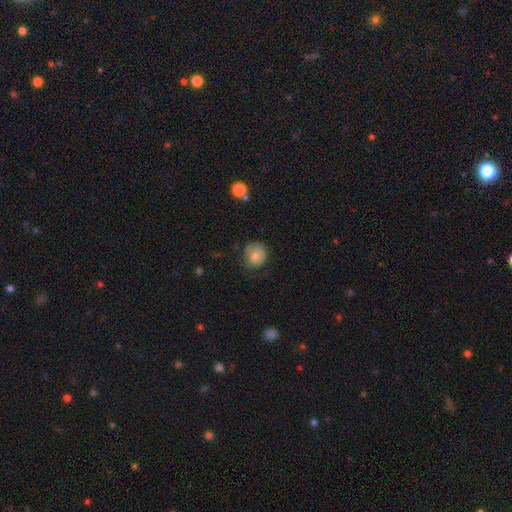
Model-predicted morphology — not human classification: smooth_or_featured: smooth (p=0.74) [alt: featured or disk p=0.17]
how_rounded: round (p=0.85) [alt: in between p=0.14]
merging: none (p=0.65) [alt: minor disturbance p=0.25]